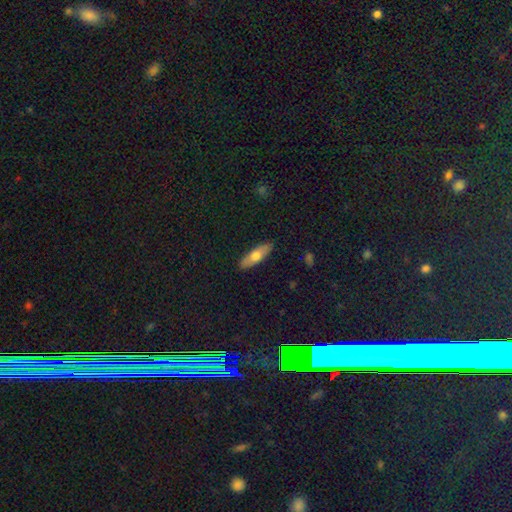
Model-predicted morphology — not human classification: A smooth galaxy with no disk features (60%) that is cigar-shaped (51%). Merging: none (89%).